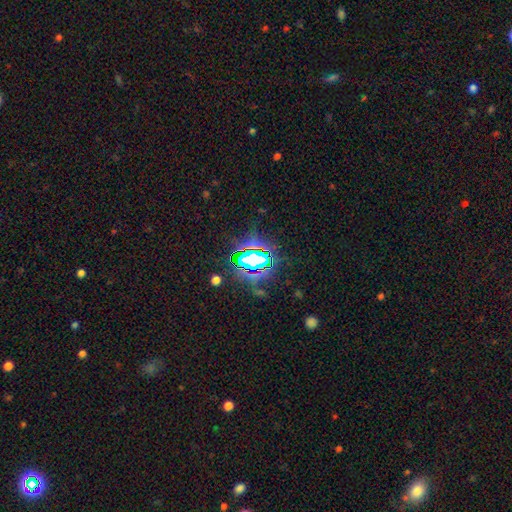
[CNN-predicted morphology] Smooth or featured? star or artifact (80%)